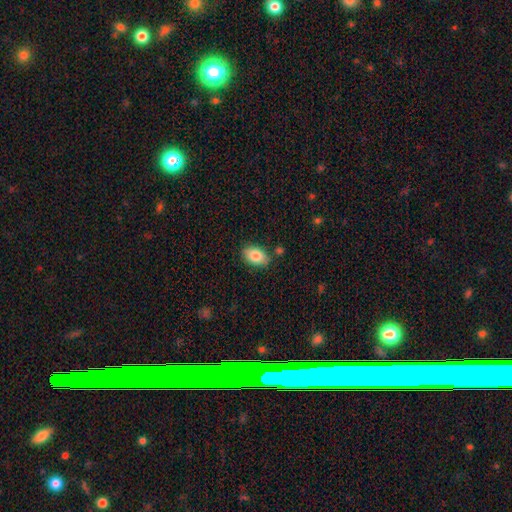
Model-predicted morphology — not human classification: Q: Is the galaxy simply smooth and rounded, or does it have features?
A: smooth — 83%.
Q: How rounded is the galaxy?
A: in between — 89%.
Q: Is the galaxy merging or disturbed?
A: none — 82%.